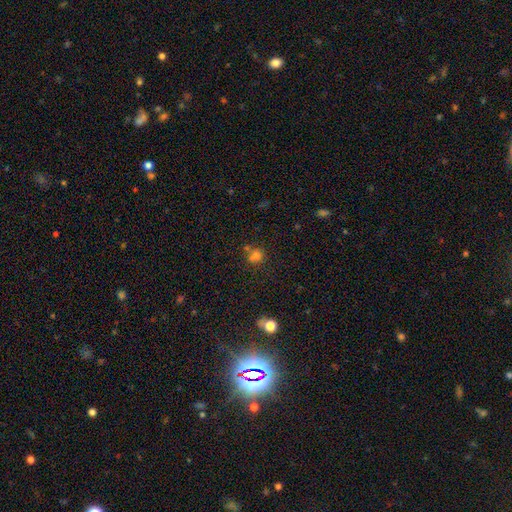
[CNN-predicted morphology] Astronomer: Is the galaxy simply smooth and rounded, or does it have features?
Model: smooth — 72%.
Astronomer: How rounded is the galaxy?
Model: round — 84%.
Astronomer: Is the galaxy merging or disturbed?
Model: none — 57%.